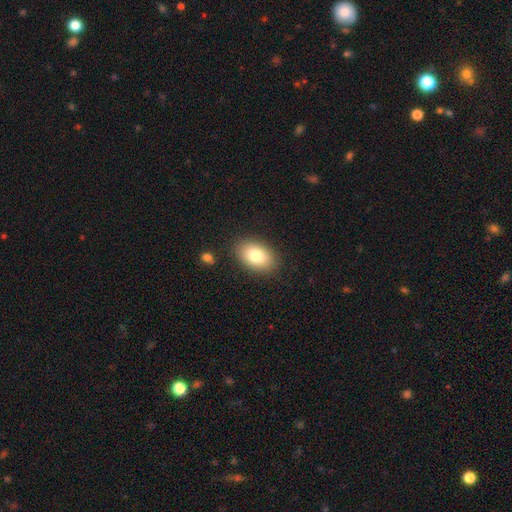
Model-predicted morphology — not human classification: smooth_or_featured: smooth (p=0.80) [alt: featured or disk p=0.12]
how_rounded: in between (p=0.87) [alt: round p=0.12]
merging: none (p=0.87) [alt: minor disturbance p=0.09]